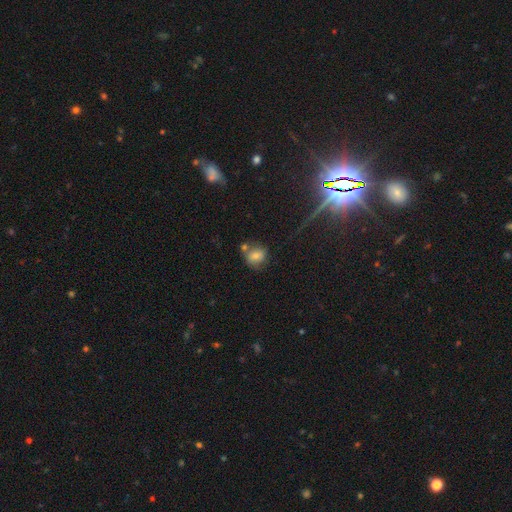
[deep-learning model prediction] A smooth galaxy with no disk features (69%) that is round (75%). Merging: none (55%).